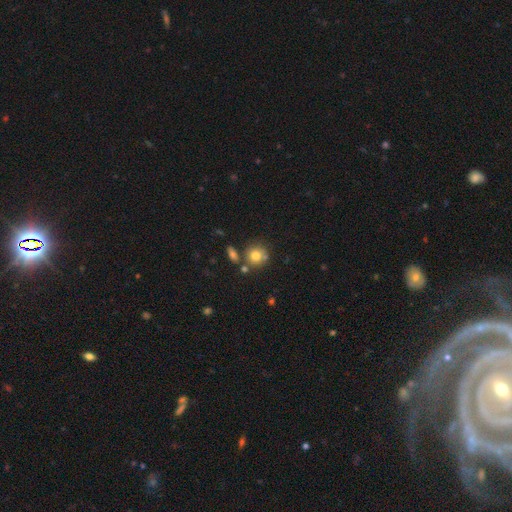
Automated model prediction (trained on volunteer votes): Q: Smooth or featured?
A: smooth (78%); runner-up: featured or disk (11%)
Q: How rounded?
A: round (87%); runner-up: in between (12%)
Q: Merging?
A: none (68%); runner-up: merger (16%)